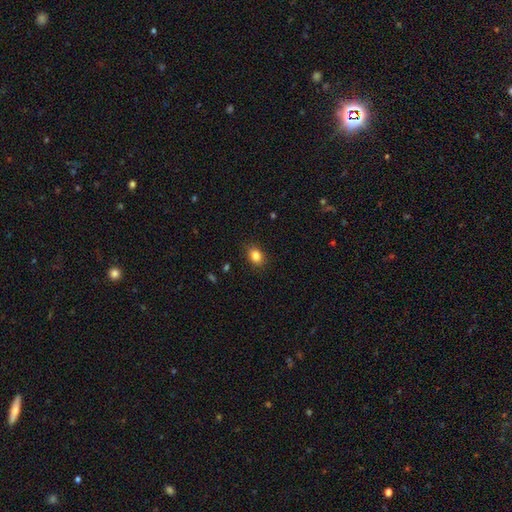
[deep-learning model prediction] The model was most divided on "how rounded": in between: 64%, round: 35%, cigar-shaped: 1%. More confident: merging — none (86%); smooth or featured — smooth (84%).